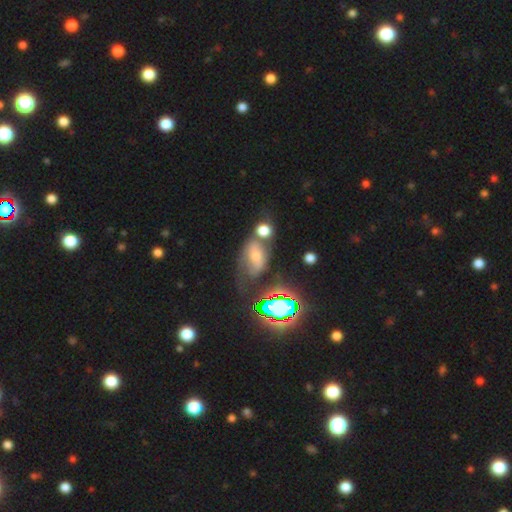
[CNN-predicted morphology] This appears to be a featured or disk galaxy (38%). Merging: none (38%).